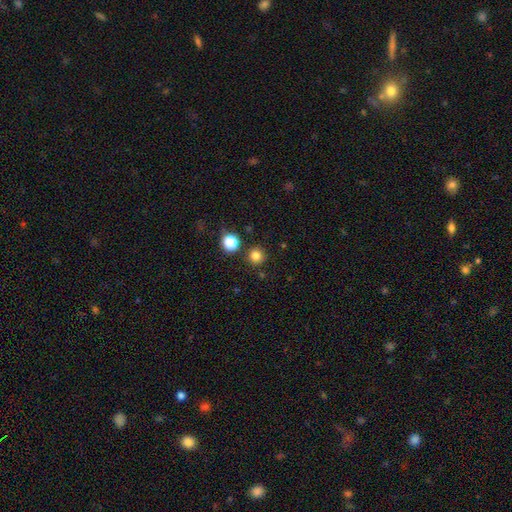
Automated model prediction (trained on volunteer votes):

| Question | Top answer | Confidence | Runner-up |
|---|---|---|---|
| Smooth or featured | smooth | 80% | star or artifact (15%) |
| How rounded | round | 95% | in between (4%) |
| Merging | none | 89% | minor disturbance (5%) |